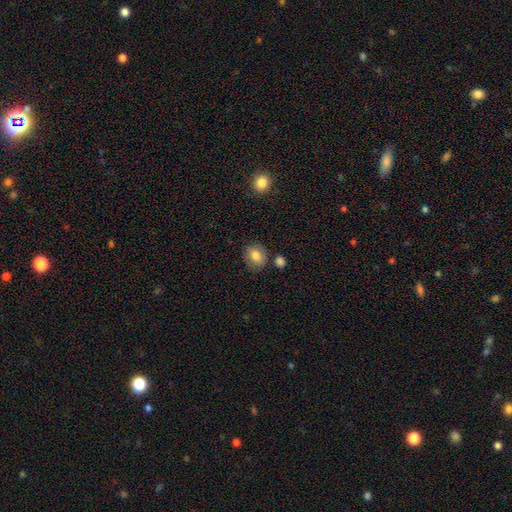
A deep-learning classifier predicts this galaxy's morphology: type=smooth (82%); roundness=round (50%); merging=none (75%).